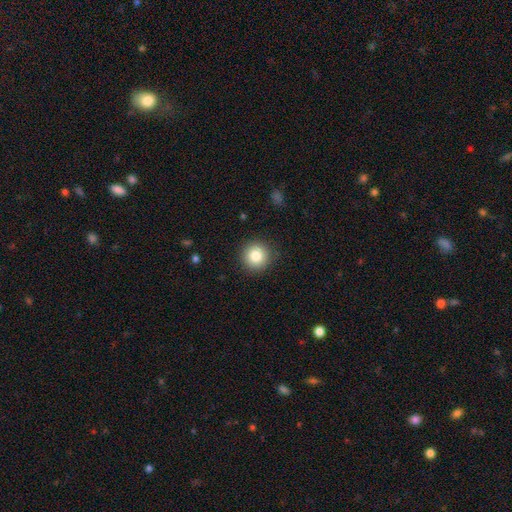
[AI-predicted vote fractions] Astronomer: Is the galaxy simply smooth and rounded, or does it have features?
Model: smooth — 83%.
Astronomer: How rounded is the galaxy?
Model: round — 94%.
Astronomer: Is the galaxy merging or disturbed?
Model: none — 90%.